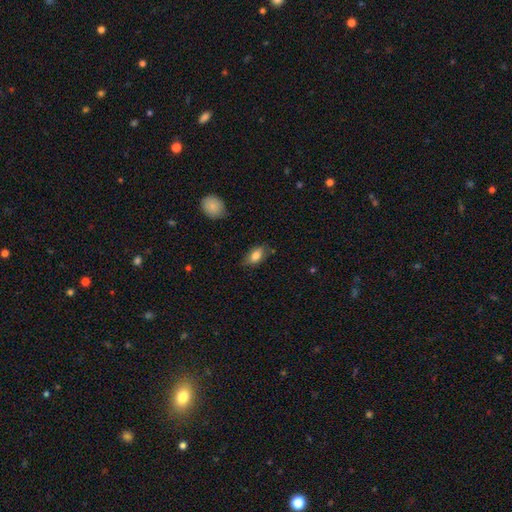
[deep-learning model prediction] Smooth or featured?
  - smooth: 80% *
  - featured or disk: 13%
  - star or artifact: 8%
How rounded?
  - in between: 88% *
  - cigar-shaped: 6%
  - round: 5%
Merging?
  - none: 75% *
  - minor disturbance: 19%
  - major disturbance: 4%
  - merger: 2%